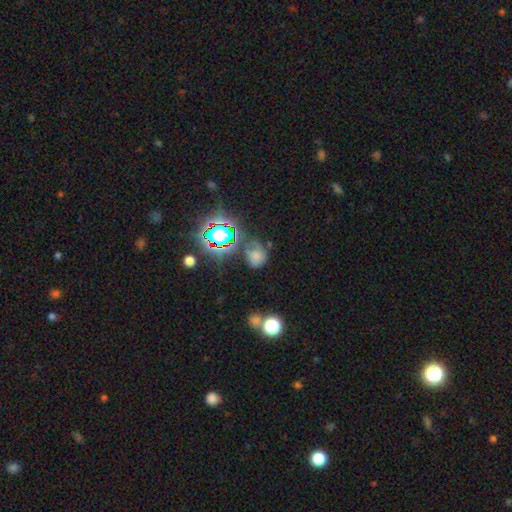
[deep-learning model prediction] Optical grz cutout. It shows a smooth galaxy with no disk features (56%) that is round (60%). Merging: none (47%).